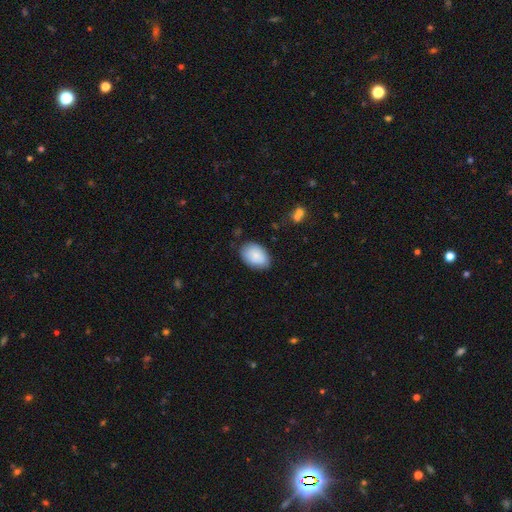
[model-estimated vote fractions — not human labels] Smooth or featured: smooth — 81% (featured or disk — 13%)
How rounded: in between — 86% (round — 13%)
Merging: none — 76% (minor disturbance — 19%)